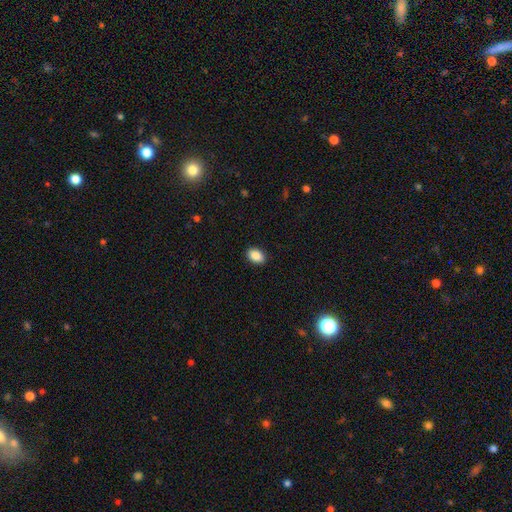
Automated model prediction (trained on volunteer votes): A smooth galaxy with no disk features (89%) that is in between round and cigar-shaped (86%).

Vote fractions:
- Smooth or featured? smooth: 89% / star or artifact: 7% / featured or disk: 3%
- How rounded? in between: 86% / round: 13% / cigar-shaped: 1%
- Merging? none: 90% / minor disturbance: 7% / major disturbance: 2% / merger: 1%